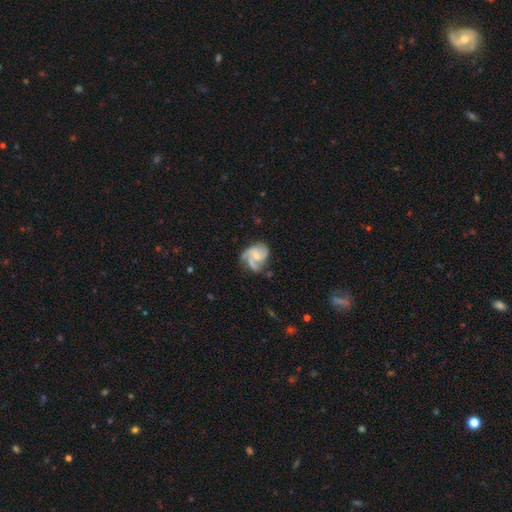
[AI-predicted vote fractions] The model was most divided on "bulge size": small: 57%, moderate: 36%, none: 4%, large: 1%, dominant: 1%. Remaining: edge-on disk — no (98%); spiral arms — yes (95%); smooth or featured — featured or disk (82%); bar — no (64%); spiral arm count — 3 (60%); spiral winding — medium (50%); merging — none (49%).